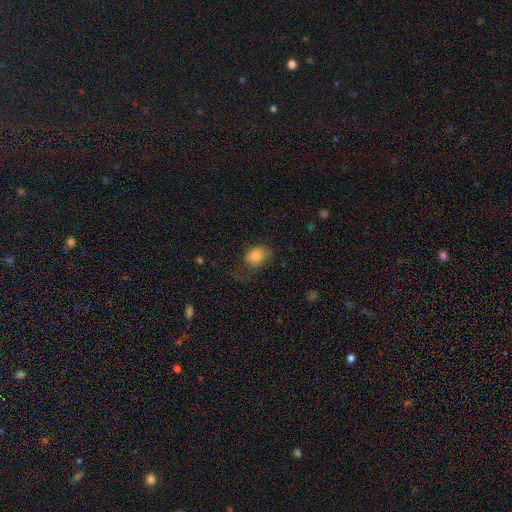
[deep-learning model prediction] This is clearly a smooth galaxy (81%). How rounded: possibly in between (58%). Merging: possibly none (56%).